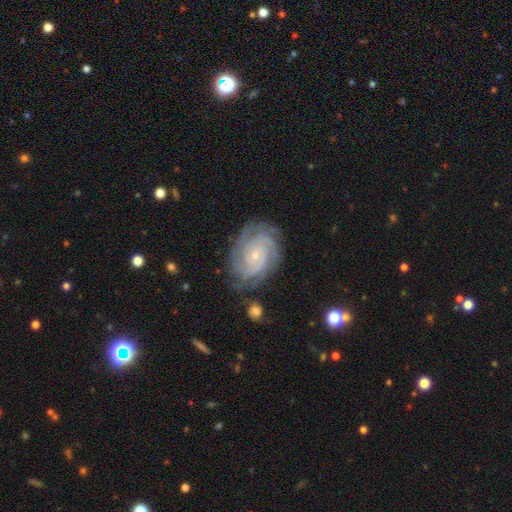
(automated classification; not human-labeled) Q: Smooth or featured?
A: featured or disk (90%); runner-up: star or artifact (5%)
Q: Edge-on disk?
A: no (98%); runner-up: yes (2%)
Q: Bar?
A: no (74%); runner-up: weak (20%)
Q: Spiral arms?
A: yes (98%); runner-up: no (2%)
Q: Spiral winding?
A: tight (79%); runner-up: medium (18%)
Q: Spiral arm count?
A: 4 (28%); runner-up: 3 (26%)
Q: Bulge size?
A: small (82%); runner-up: moderate (15%)
Q: Merging?
A: none (79%); runner-up: minor disturbance (15%)